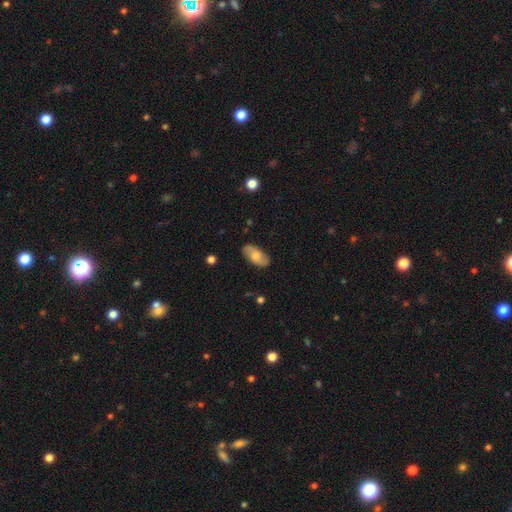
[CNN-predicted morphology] This is possibly a smooth galaxy (55%). How rounded: clearly in between (93%). Merging: clearly none (84%).